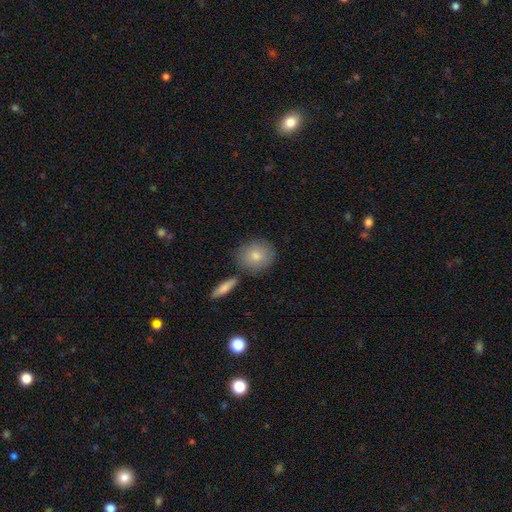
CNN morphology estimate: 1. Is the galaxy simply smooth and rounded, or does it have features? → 76% smooth, 15% featured or disk, 9% star or artifact.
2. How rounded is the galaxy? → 74% round, 24% in between, 2% cigar-shaped.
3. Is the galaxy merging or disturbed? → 80% none, 11% minor disturbance, 7% merger, 3% major disturbance.